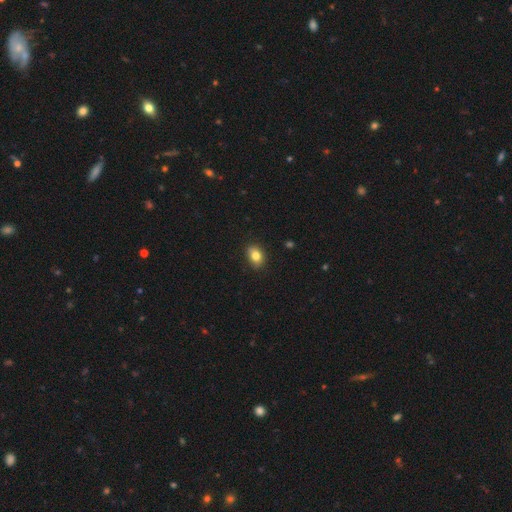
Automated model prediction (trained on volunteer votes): Overall: smooth (82%). How rounded: in between (73%). Merging: none (84%).